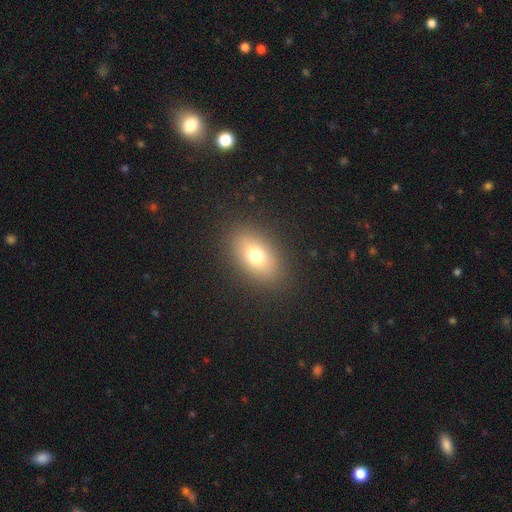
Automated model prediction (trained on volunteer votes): A smooth galaxy with no disk features (71%) that is in between round and cigar-shaped (82%).

Vote fractions:
- Smooth or featured? smooth: 71% / featured or disk: 16% / star or artifact: 13%
- How rounded? in between: 82% / round: 15% / cigar-shaped: 3%
- Merging? none: 86% / minor disturbance: 9% / major disturbance: 4% / merger: 1%